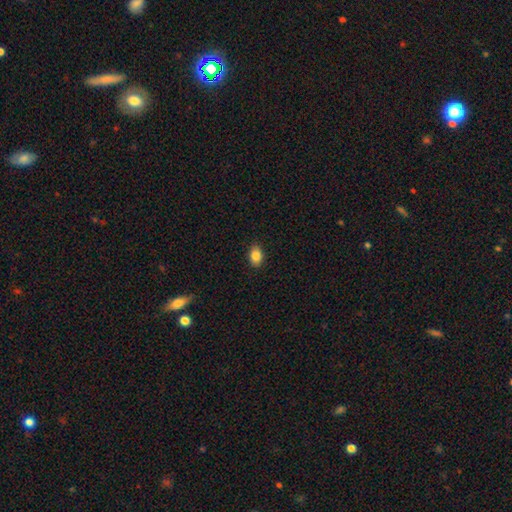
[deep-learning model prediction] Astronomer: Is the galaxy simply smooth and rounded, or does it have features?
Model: smooth — 86%.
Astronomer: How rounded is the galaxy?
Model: in between — 81%.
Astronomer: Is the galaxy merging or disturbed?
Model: none — 89%.